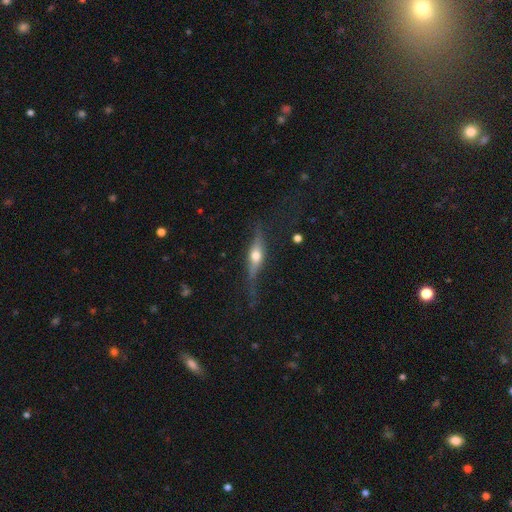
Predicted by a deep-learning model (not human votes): Overall: featured or disk (58%; smooth 35%). Edge-on disk: yes (89%). Edge-on bulge: rounded (91%). Merging: none (64%).